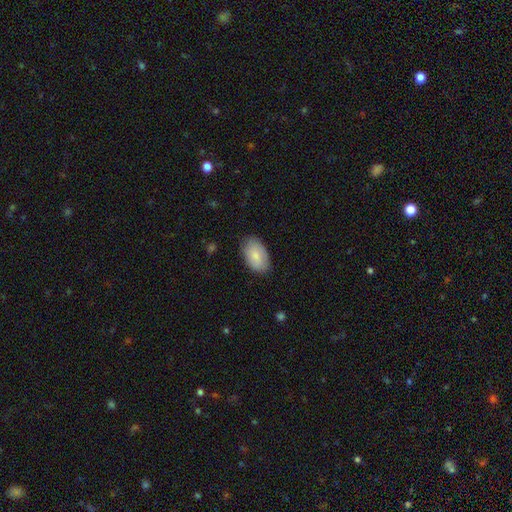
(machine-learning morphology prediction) A smooth galaxy with no disk features (83%) that is in between round and cigar-shaped (93%). Merging: none (79%).